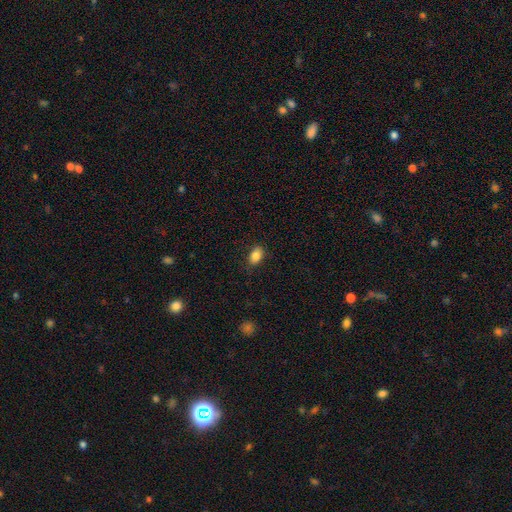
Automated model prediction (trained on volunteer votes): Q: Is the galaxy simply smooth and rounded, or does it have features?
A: smooth — 86%.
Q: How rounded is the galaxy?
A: in between — 86%.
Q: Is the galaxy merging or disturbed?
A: none — 83%.